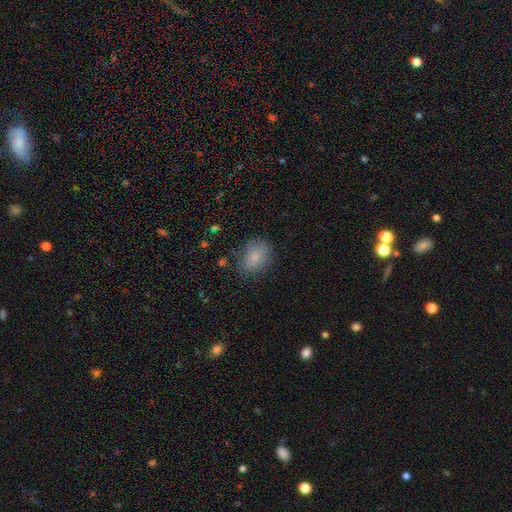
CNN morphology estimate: Overall: smooth (81%). How rounded: in between (61%; round 38%). Merging: none (75%).